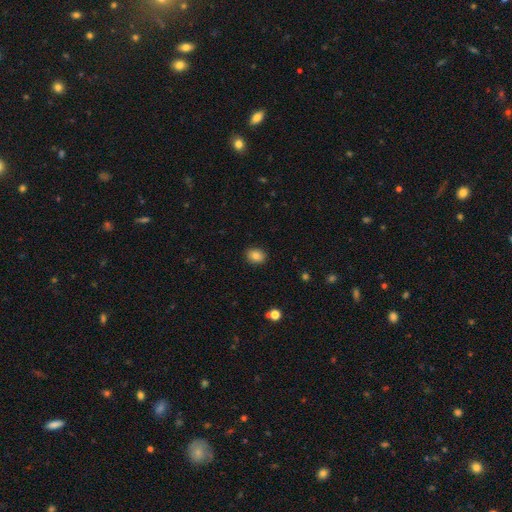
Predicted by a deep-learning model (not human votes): Smooth or featured? Predicted: smooth (p=0.83). How rounded? Predicted: in between (p=0.50). Merging? Predicted: none (p=0.90).